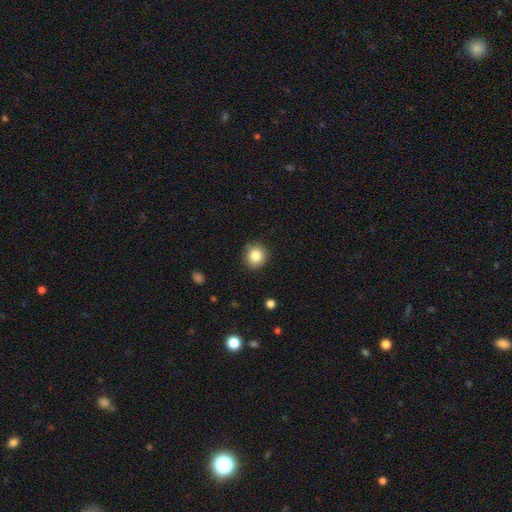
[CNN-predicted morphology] Q: Smooth or featured?
A: smooth (84%); runner-up: star or artifact (10%)
Q: How rounded?
A: round (86%); runner-up: in between (13%)
Q: Merging?
A: none (86%); runner-up: minor disturbance (11%)